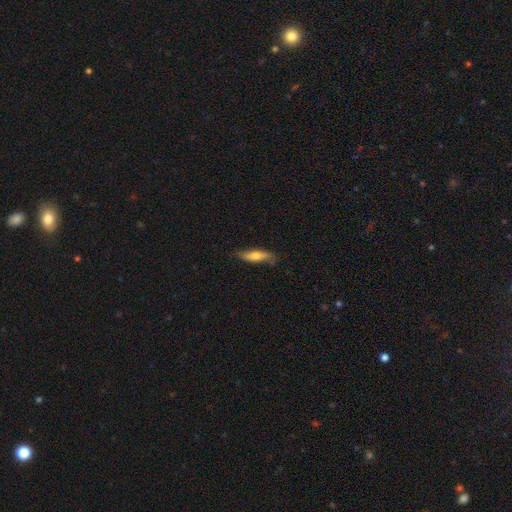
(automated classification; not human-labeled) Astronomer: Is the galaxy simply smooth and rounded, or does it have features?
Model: smooth — 58% (runner-up: featured or disk, 36%).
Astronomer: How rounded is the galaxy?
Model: cigar-shaped — 71%.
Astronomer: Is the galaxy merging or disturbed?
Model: none — 76%.